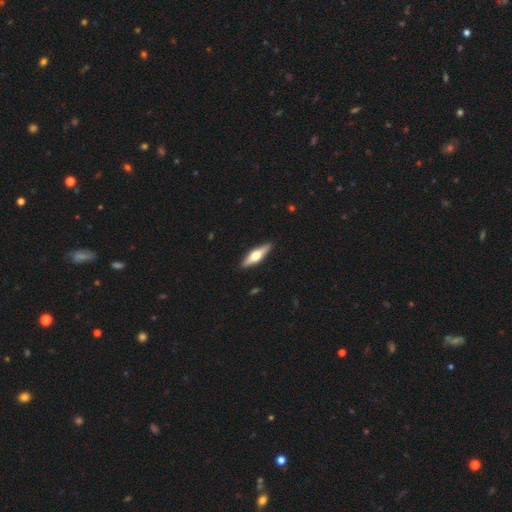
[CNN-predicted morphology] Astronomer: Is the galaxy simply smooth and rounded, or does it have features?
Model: featured or disk — 56% (runner-up: smooth, 39%).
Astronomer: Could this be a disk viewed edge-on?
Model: yes — 94%.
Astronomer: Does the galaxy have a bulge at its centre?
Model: rounded — 95%.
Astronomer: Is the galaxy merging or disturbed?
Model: none — 90%.